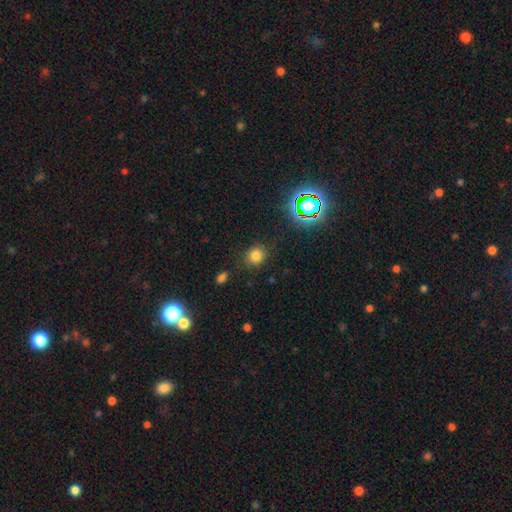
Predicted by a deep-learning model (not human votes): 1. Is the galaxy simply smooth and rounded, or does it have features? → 77% smooth, 17% star or artifact, 6% featured or disk.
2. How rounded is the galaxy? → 76% round, 23% in between, 1% cigar-shaped.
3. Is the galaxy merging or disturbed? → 84% none, 10% minor disturbance, 3% major disturbance, 2% merger.